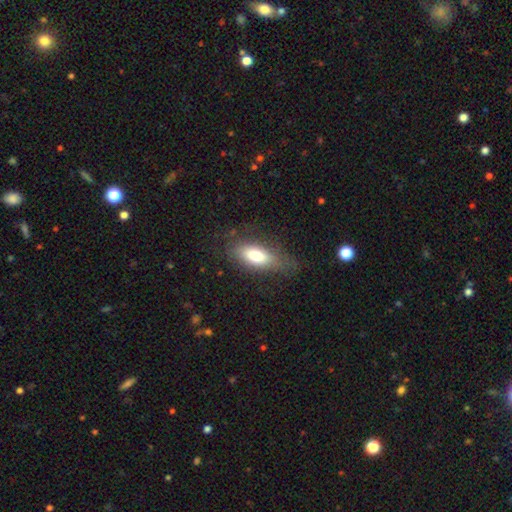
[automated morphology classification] Smooth or featured: smooth — 71% (featured or disk — 21%)
How rounded: in between — 80% (cigar-shaped — 15%)
Merging: none — 68% (minor disturbance — 20%)